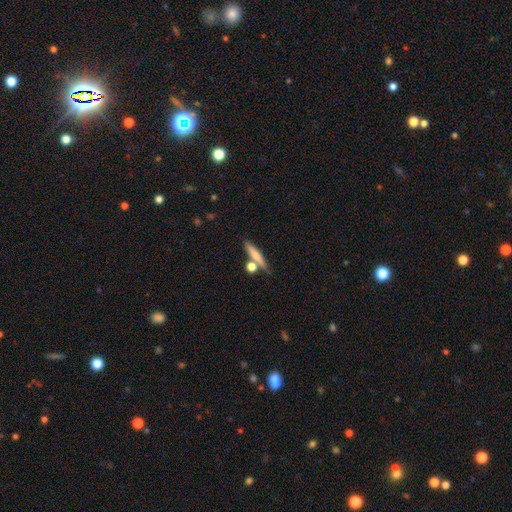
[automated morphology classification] type=smooth (66%); roundness=cigar-shaped (76%); merging=none (65%).